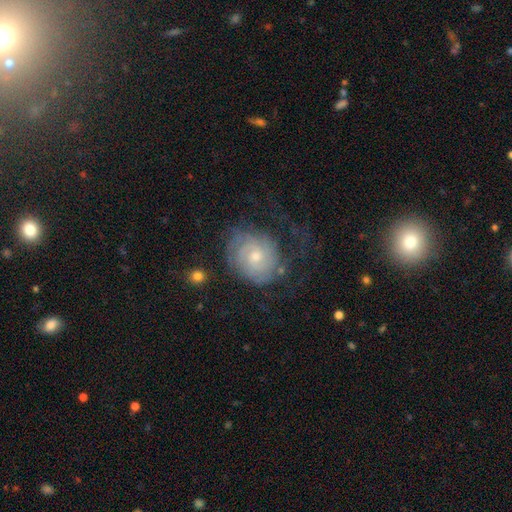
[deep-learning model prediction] A featured or disk galaxy (71%) with no bar (71%), tight (65%) spiral arms (89%) and a small central bulge (51%).

Vote fractions:
- Smooth or featured? featured or disk: 71% / smooth: 21% / star or artifact: 7%
- Edge-on disk? no: 97% / yes: 3%
- Bar? no: 71% / weak: 25% / strong: 3%
- Spiral arms? yes: 89% / no: 11%
- Spiral winding? tight: 65% / medium: 24% / loose: 11%
- Spiral arm count? can't tell: 48% / 2: 25% / 3: 11% / 4: 6% / 1: 6% / more than 4: 4%
- Bulge size? small: 51% / moderate: 44% / large: 2% / none: 2% / dominant: 1%
- Merging? none: 55% / major disturbance: 23% / minor disturbance: 20% / merger: 2%